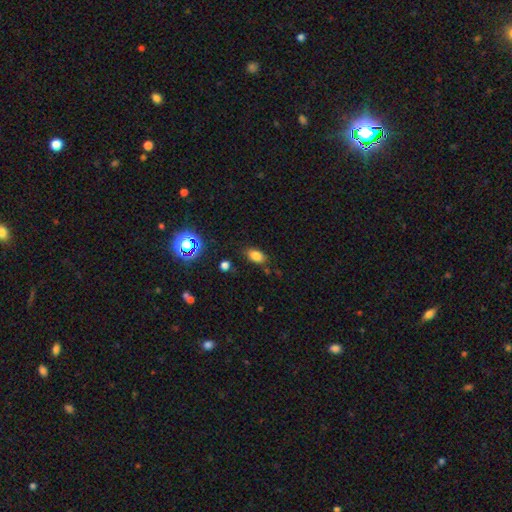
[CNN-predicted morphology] This appears to be a smooth galaxy with no disk features (80%) that is in between round and cigar-shaped (87%). Merging: none (81%).